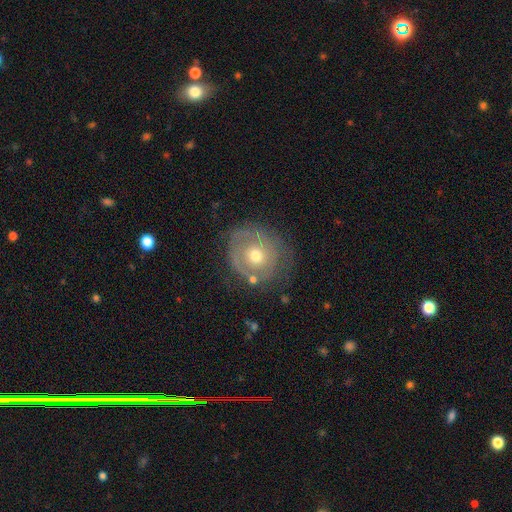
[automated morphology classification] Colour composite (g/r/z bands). It shows a featured or disk galaxy (62%) with no bar (85%), spiral arms (60%) and a moderate central bulge (66%). Merging: none (69%).